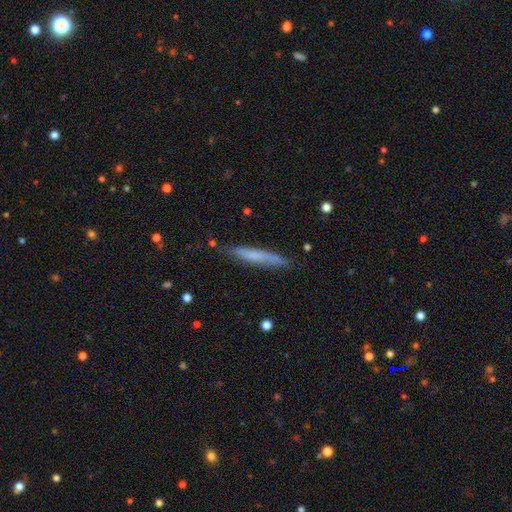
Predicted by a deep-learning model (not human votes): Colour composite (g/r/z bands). It shows a smooth galaxy with no disk features (57%) that is cigar-shaped (95%). Merging: none (81%).